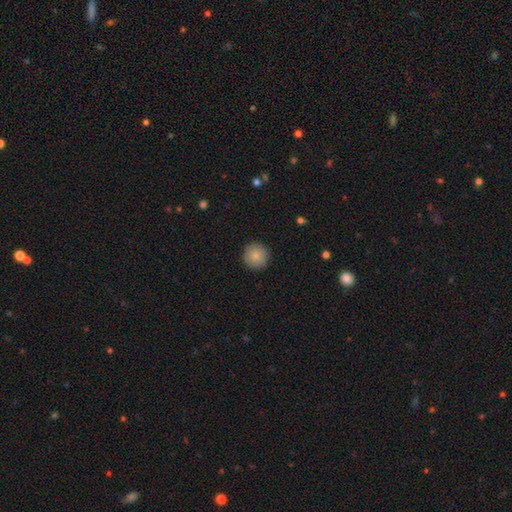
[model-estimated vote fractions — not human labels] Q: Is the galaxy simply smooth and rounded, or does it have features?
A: smooth — 84%.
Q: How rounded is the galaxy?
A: round — 96%.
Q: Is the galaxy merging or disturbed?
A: none — 91%.